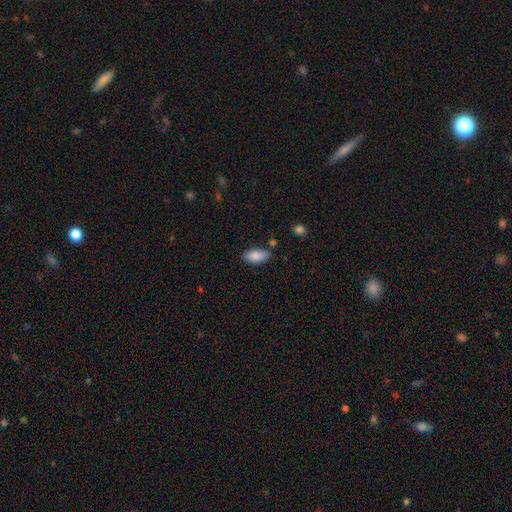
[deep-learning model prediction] A smooth galaxy with no disk features (87%) that is in between round and cigar-shaped (90%). Merging: none (80%).